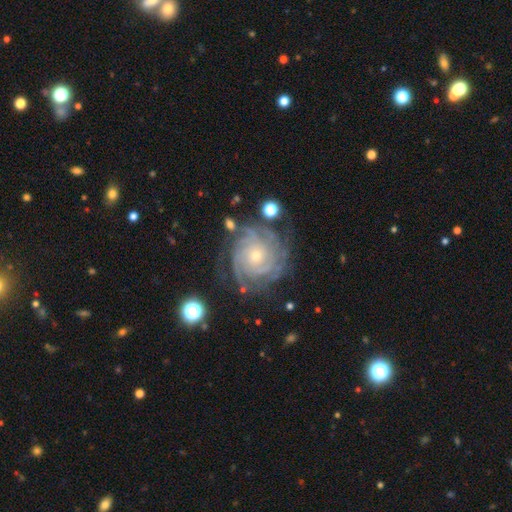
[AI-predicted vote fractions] Q: Smooth or featured?
A: featured or disk (87%); runner-up: star or artifact (7%)
Q: Edge-on disk?
A: no (98%); runner-up: yes (2%)
Q: Bar?
A: no (79%); runner-up: weak (17%)
Q: Spiral arms?
A: yes (97%); runner-up: no (3%)
Q: Spiral winding?
A: tight (79%); runner-up: medium (18%)
Q: Spiral arm count?
A: 4 (27%); runner-up: can't tell (25%)
Q: Bulge size?
A: small (67%); runner-up: moderate (29%)
Q: Merging?
A: none (75%); runner-up: minor disturbance (16%)